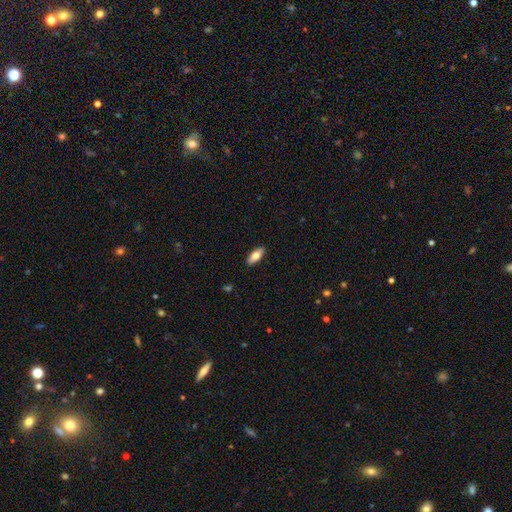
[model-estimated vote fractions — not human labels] smooth 73%, featured or disk 21%, star or artifact 6%. Down the decision tree: how rounded — in between (81%); merging — none (89%).